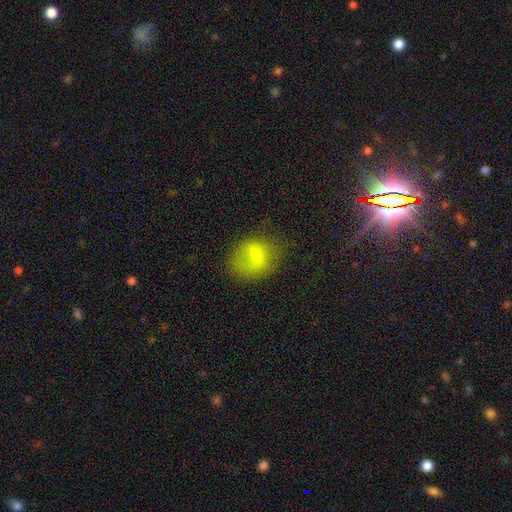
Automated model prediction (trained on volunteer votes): A smooth galaxy with no disk features (70%) that is in between round and cigar-shaped (51%).

Vote fractions:
- Smooth or featured? smooth: 70% / featured or disk: 18% / star or artifact: 11%
- How rounded? in between: 51% / round: 47% / cigar-shaped: 2%
- Merging? none: 49% / minor disturbance: 27% / major disturbance: 22% / merger: 2%